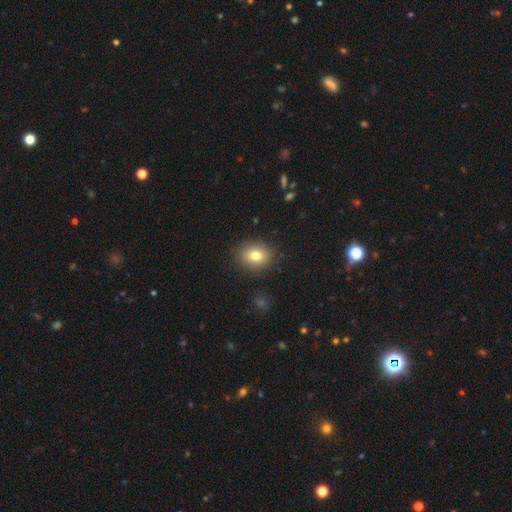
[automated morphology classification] A smooth galaxy with no disk features (78%) that is in between round and cigar-shaped (50%).

Vote fractions:
- Smooth or featured? smooth: 78% / featured or disk: 12% / star or artifact: 10%
- How rounded? in between: 50% / round: 49% / cigar-shaped: 1%
- Merging? none: 86% / minor disturbance: 10% / major disturbance: 3% / merger: 1%